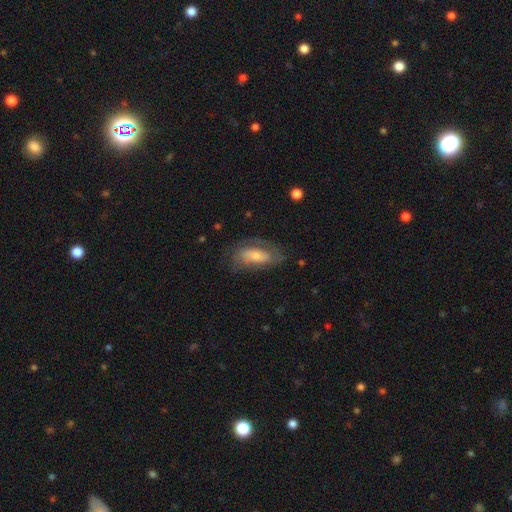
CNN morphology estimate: The model was most divided on "smooth or featured": featured or disk: 55%, smooth: 37%, star or artifact: 8%. More confident: edge-on disk — no (89%); merging — none (62%).